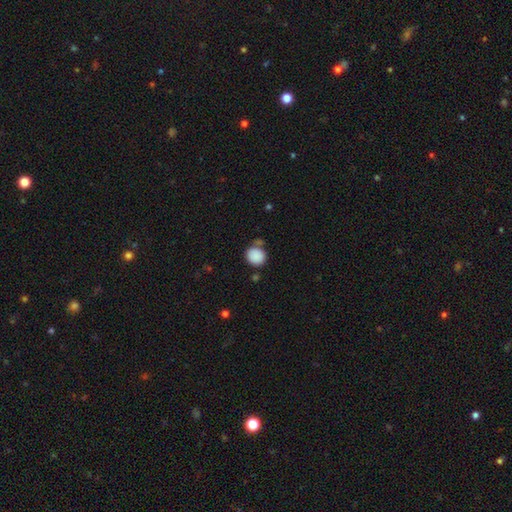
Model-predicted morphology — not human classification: Overall: smooth (88%). How rounded: round (82%). Merging: none (69%).